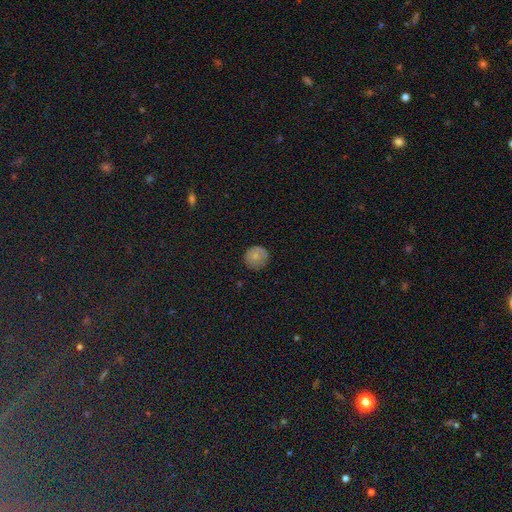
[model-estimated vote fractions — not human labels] Q: Smooth or featured?
A: smooth (77%); runner-up: featured or disk (13%)
Q: How rounded?
A: round (92%); runner-up: in between (7%)
Q: Merging?
A: none (84%); runner-up: minor disturbance (12%)